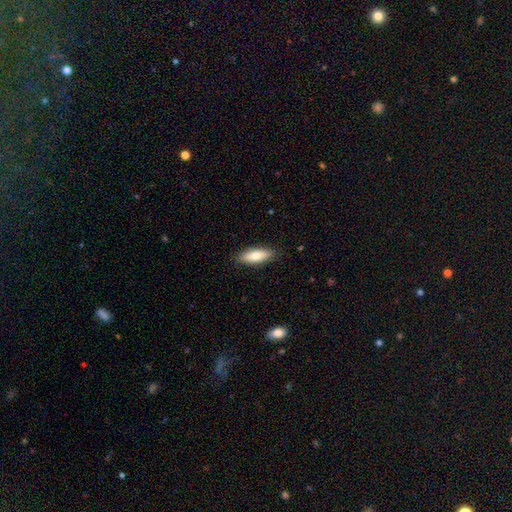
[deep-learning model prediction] smooth 78%, featured or disk 16%, star or artifact 6%. Down the decision tree: how rounded — in between (56%); merging — none (87%).